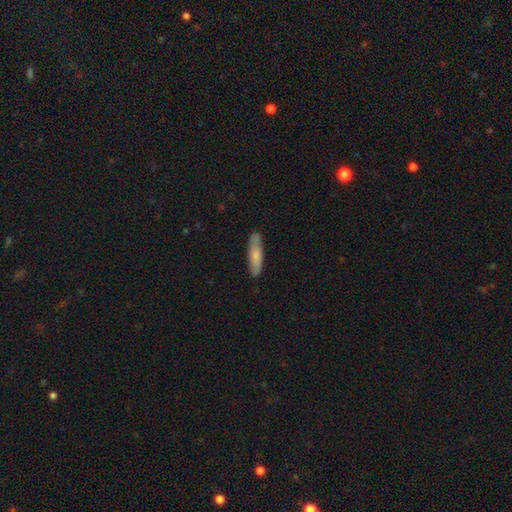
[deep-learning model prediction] This appears to be a smooth galaxy with no disk features (69%) that is cigar-shaped (71%). Merging: none (84%).